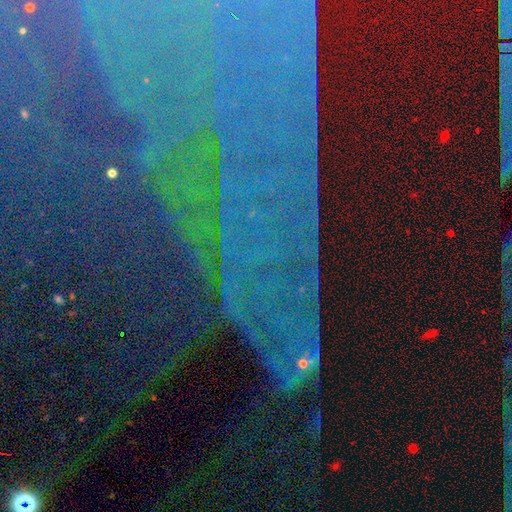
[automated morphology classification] star or artifact 83%, featured or disk 9%, smooth 8%.